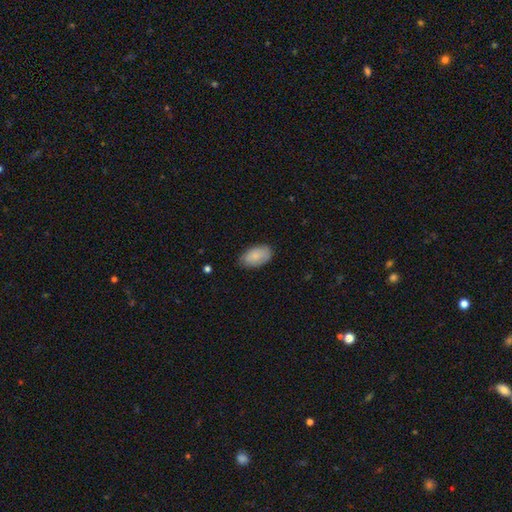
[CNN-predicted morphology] type=smooth (84%); roundness=in between (94%); merging=none (78%).